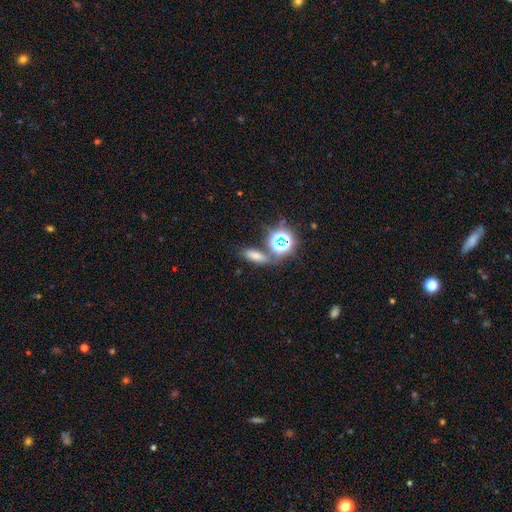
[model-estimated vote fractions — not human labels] Smooth or featured: smooth — 61% (star or artifact — 30%)
How rounded: in between — 60% (cigar-shaped — 25%)
Merging: none — 67% (merger — 16%)